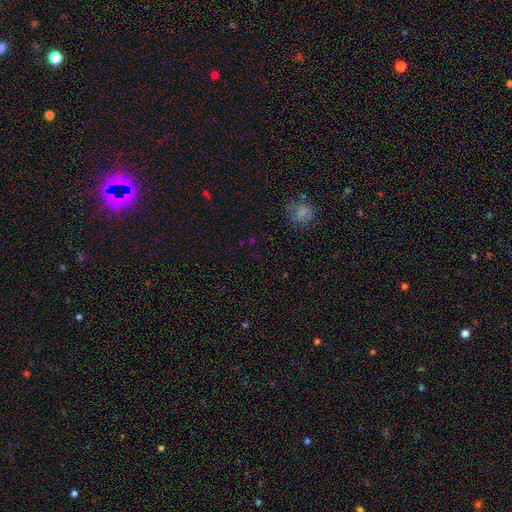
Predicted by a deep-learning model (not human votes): This appears to be a star or artifact, not a galaxy (53%).